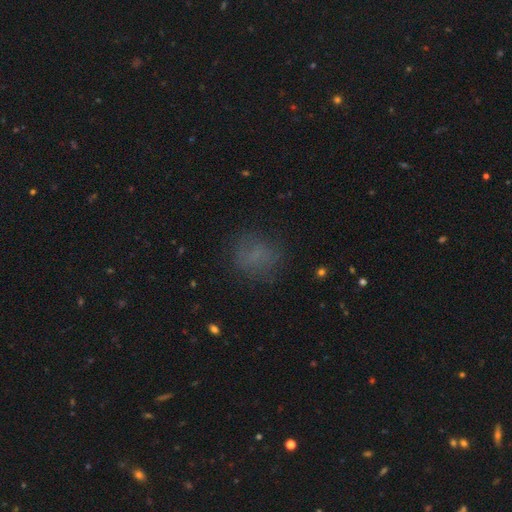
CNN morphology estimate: Smooth or featured? smooth (66%)
How rounded? round (73%)
Merging? none (74%)